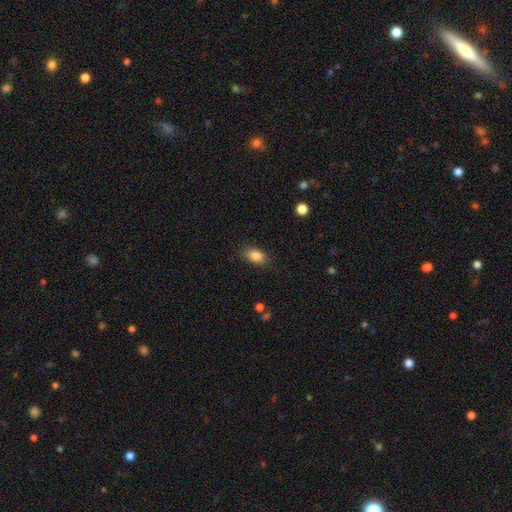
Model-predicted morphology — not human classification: Smooth or featured? Predicted: smooth (p=0.84). How rounded? Predicted: in between (p=0.85). Merging? Predicted: none (p=0.84).